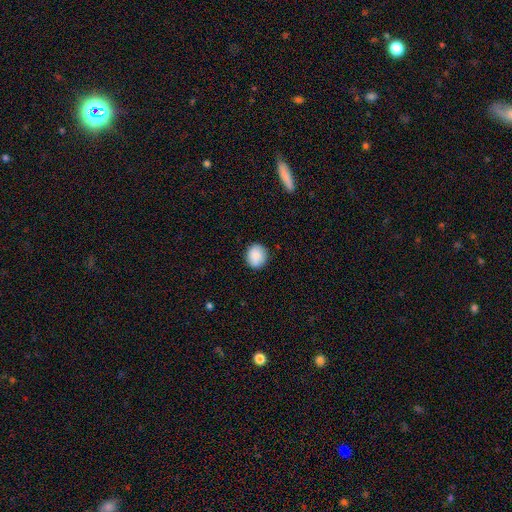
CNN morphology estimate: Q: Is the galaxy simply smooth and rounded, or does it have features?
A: smooth — 87%.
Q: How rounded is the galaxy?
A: round — 82%.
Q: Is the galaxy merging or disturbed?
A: none — 88%.